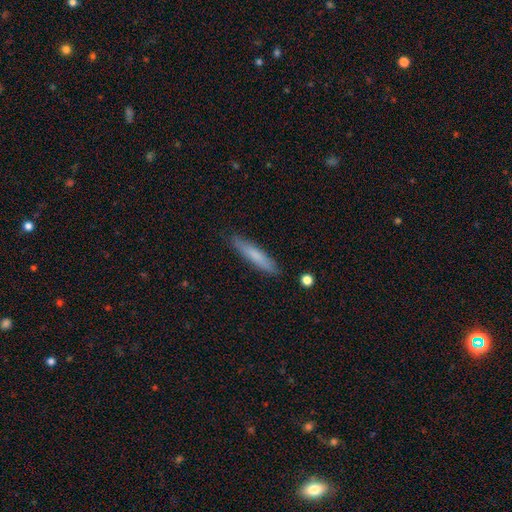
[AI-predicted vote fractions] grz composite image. It shows a smooth galaxy with no disk features (74%) that is cigar-shaped (89%). Merging: none (87%).